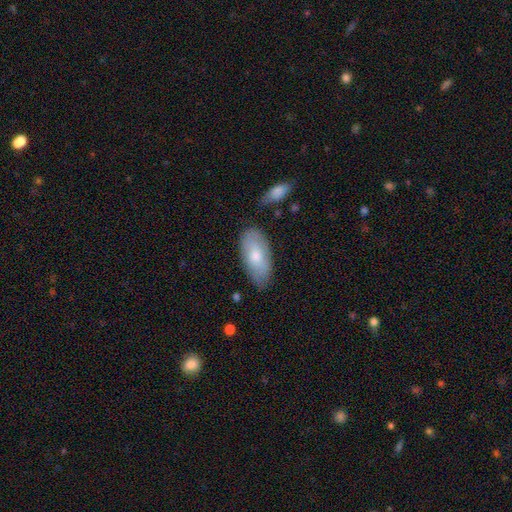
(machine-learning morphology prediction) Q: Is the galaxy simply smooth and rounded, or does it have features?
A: smooth — 70%.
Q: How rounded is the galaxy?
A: in between — 91%.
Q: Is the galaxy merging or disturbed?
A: none — 76%.